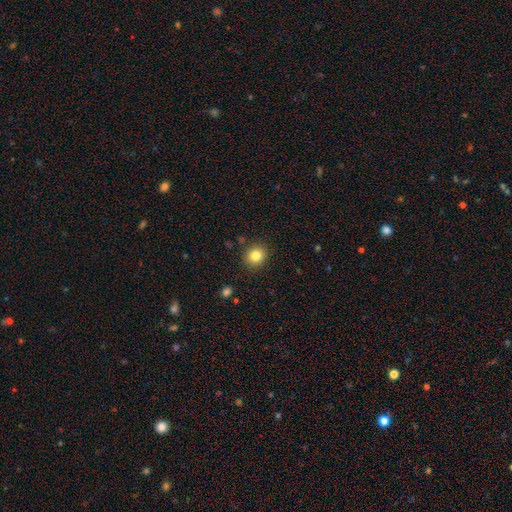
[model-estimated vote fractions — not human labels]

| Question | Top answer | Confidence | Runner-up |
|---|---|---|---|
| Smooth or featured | smooth | 83% | star or artifact (11%) |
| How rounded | round | 82% | in between (17%) |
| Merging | none | 89% | minor disturbance (8%) |